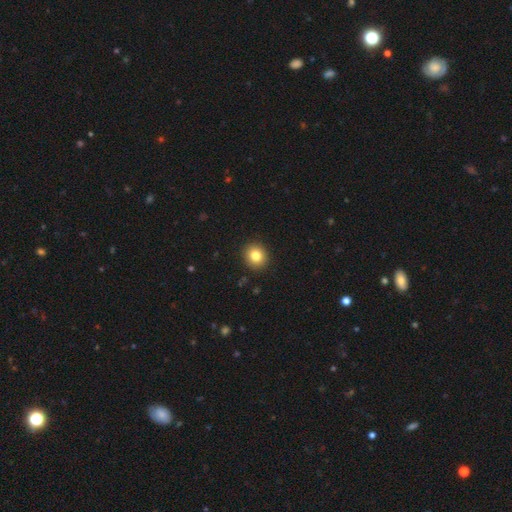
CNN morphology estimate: Smooth or featured? smooth (83%)
How rounded? round (82%)
Merging? none (92%)